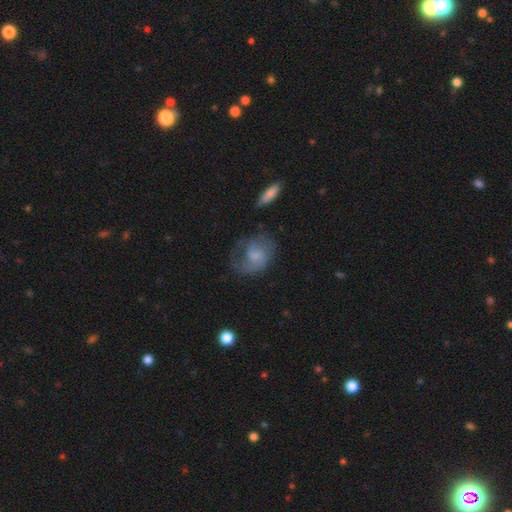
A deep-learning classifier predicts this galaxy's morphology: Smooth or featured? Predicted: featured or disk (p=0.52). Edge-on disk? Predicted: no (p=0.97). Bar? Predicted: no (p=0.57). Spiral arms? Predicted: yes (p=0.79). Bulge size? Predicted: small (p=0.35). Merging? Predicted: none (p=0.44).